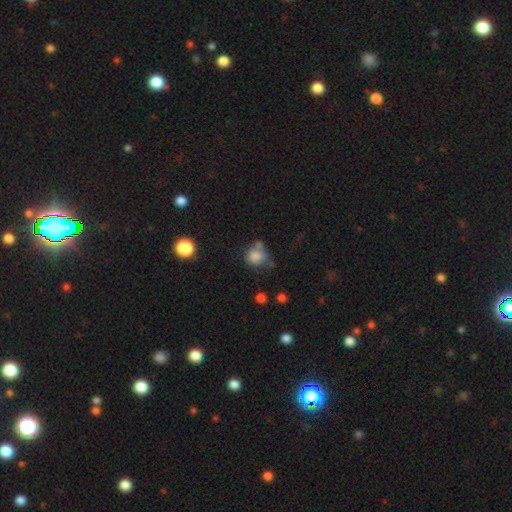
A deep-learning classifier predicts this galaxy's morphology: Q: Smooth or featured?
A: smooth (81%); runner-up: star or artifact (11%)
Q: How rounded?
A: round (79%); runner-up: in between (20%)
Q: Merging?
A: none (48%); runner-up: minor disturbance (21%)